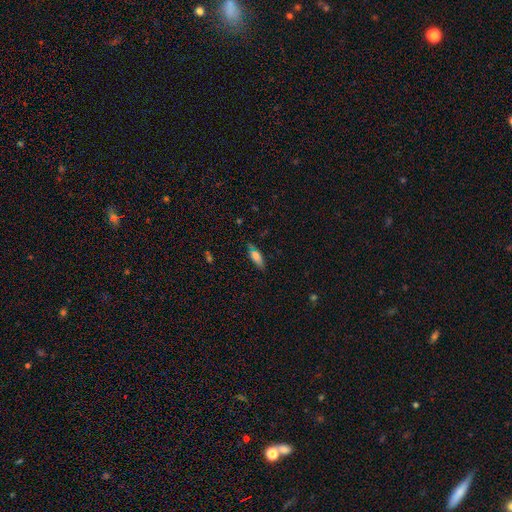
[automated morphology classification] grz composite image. It shows a smooth galaxy with no disk features (70%) that is in between round and cigar-shaped (62%). Merging: none (73%).